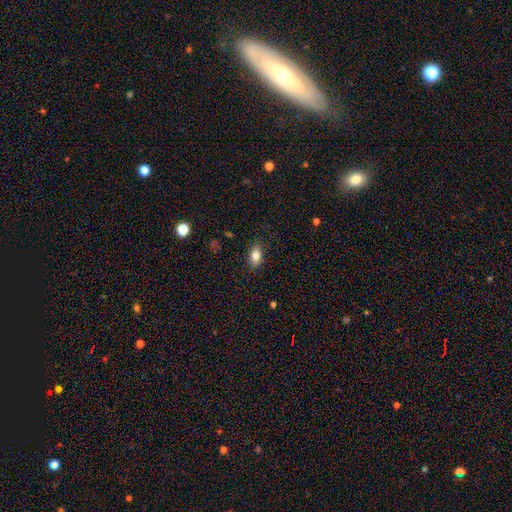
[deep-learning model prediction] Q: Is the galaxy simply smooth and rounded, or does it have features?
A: smooth — 85%.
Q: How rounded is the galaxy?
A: in between — 88%.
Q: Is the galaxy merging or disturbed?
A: none — 86%.